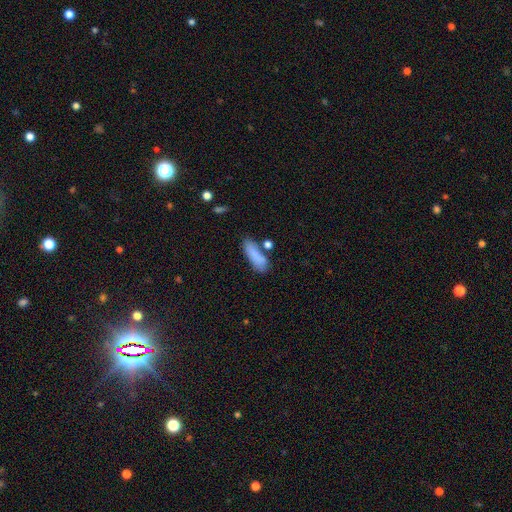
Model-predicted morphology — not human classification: This appears to be a smooth galaxy with no disk features (85%) that is in between round and cigar-shaped (53%). Merging: none (65%).